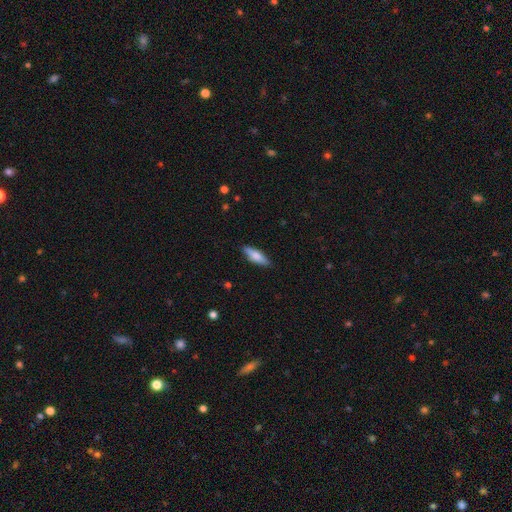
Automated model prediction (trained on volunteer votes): Smooth or featured: smooth — 66% (featured or disk — 28%)
How rounded: cigar-shaped — 59% (in between — 39%)
Merging: none — 86% (minor disturbance — 11%)